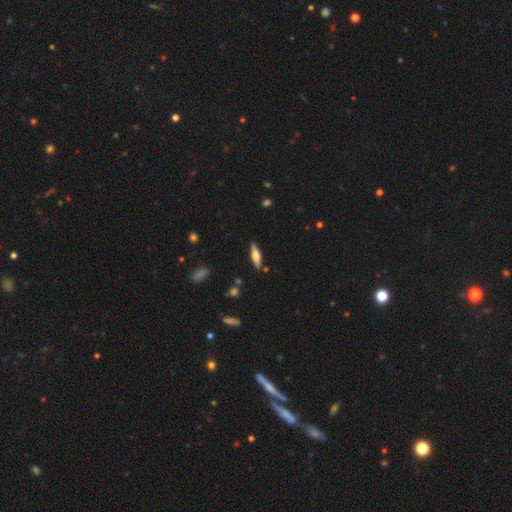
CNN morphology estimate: Q: Smooth or featured?
A: smooth (47%); runner-up: featured or disk (46%)
Q: Merging?
A: none (86%); runner-up: minor disturbance (10%)